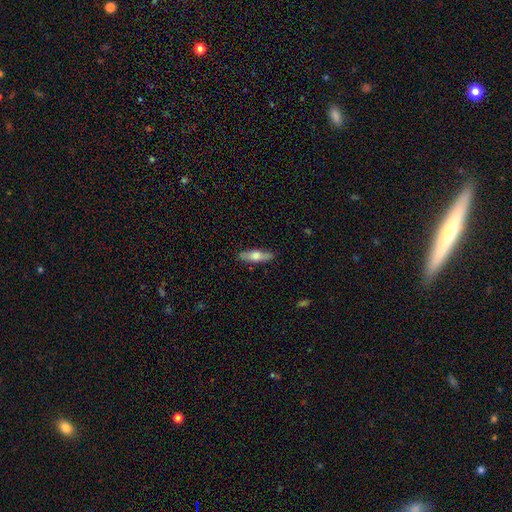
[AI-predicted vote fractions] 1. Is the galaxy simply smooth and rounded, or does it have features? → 62% smooth, 32% featured or disk, 6% star or artifact.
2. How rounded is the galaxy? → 60% cigar-shaped, 37% in between, 2% round.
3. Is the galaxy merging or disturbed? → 87% none, 10% minor disturbance, 2% major disturbance, 1% merger.